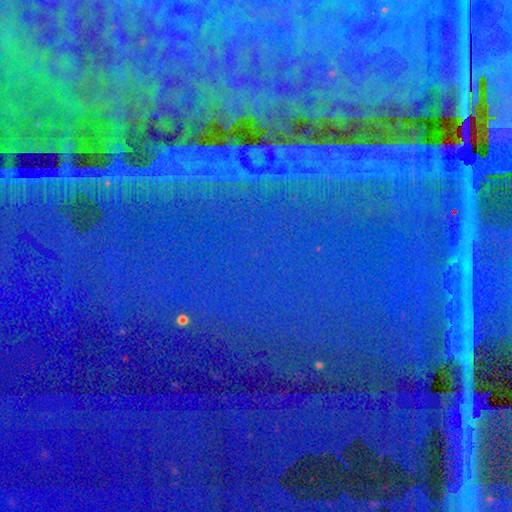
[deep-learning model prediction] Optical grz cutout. It shows a star or artifact, not a galaxy (88%).